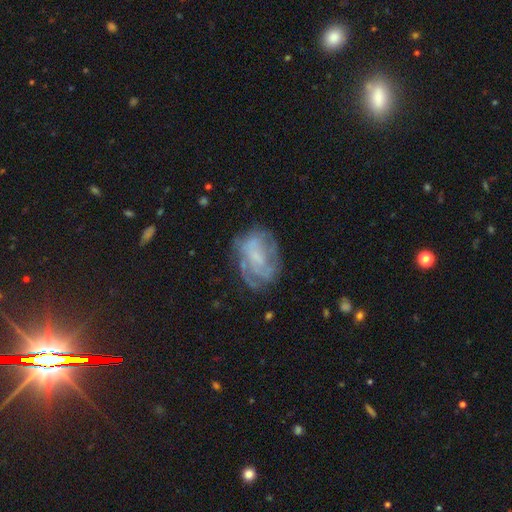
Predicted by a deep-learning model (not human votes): Smooth or featured? featured or disk (65%)
Edge-on disk? no (97%)
Bar? no (58%)
Spiral arms? yes (70%)
Bulge size? none (41%)
Merging? none (60%)